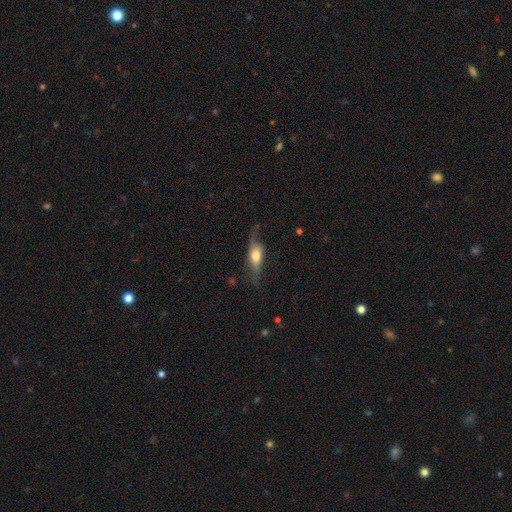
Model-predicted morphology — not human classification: Smooth or featured? Predicted: smooth (p=0.49). Merging? Predicted: none (p=0.55).